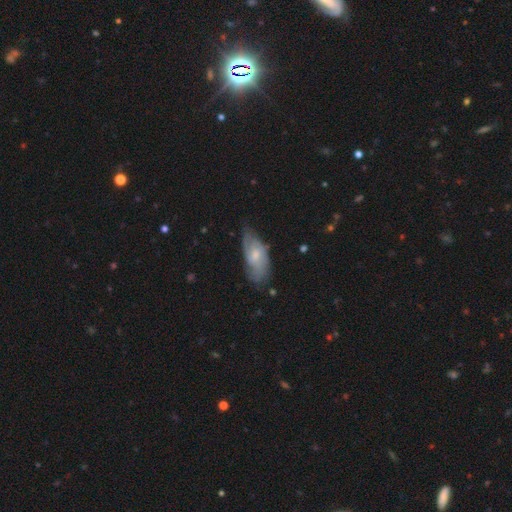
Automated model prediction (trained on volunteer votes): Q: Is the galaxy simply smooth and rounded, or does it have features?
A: smooth — 47%.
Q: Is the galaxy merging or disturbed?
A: none — 56%.